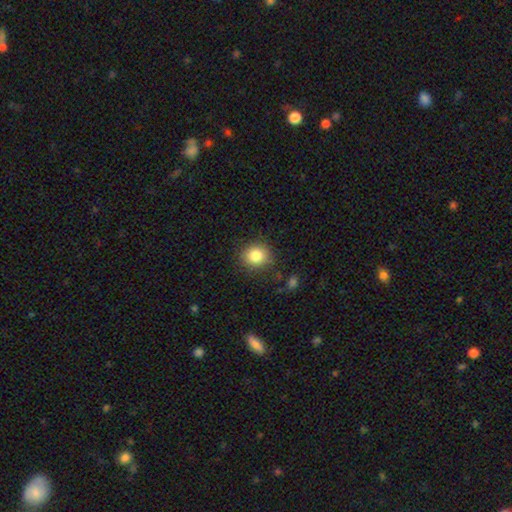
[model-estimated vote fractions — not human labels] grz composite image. It shows a smooth galaxy with no disk features (83%) that is round (79%). Merging: none (85%).